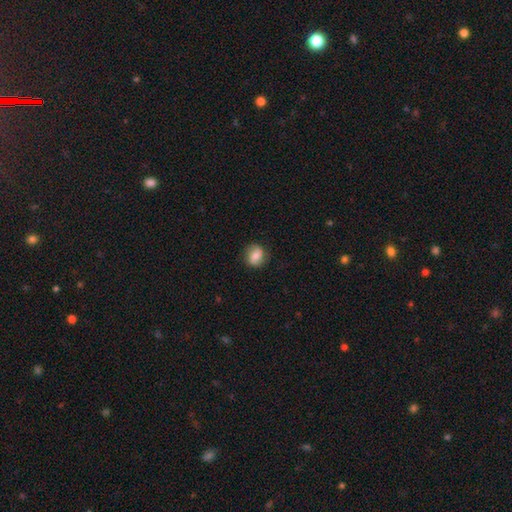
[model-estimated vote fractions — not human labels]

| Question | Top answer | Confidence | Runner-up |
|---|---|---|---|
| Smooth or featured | smooth | 72% | featured or disk (19%) |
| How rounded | round | 66% | in between (33%) |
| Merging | none | 83% | minor disturbance (13%) |